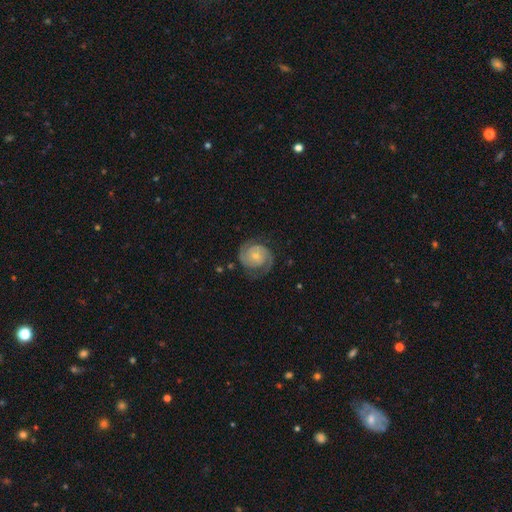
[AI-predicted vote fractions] A featured or disk galaxy (86%) with no bar (69%), 2 (89%) tight (54%) spiral arms (97%) and a small central bulge (65%). Merging: none (78%).